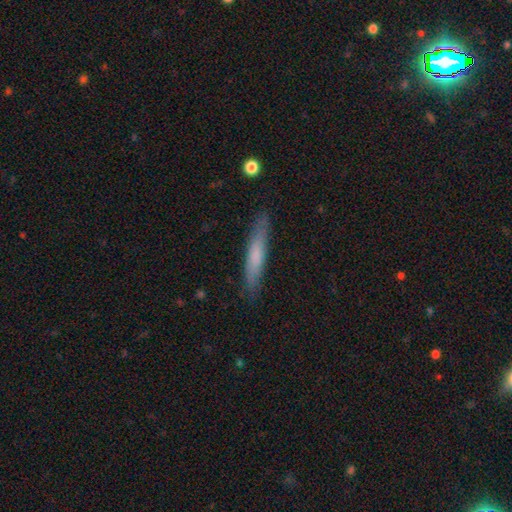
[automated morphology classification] A smooth galaxy with no disk features (66%) that is cigar-shaped (92%). Merging: none (86%).